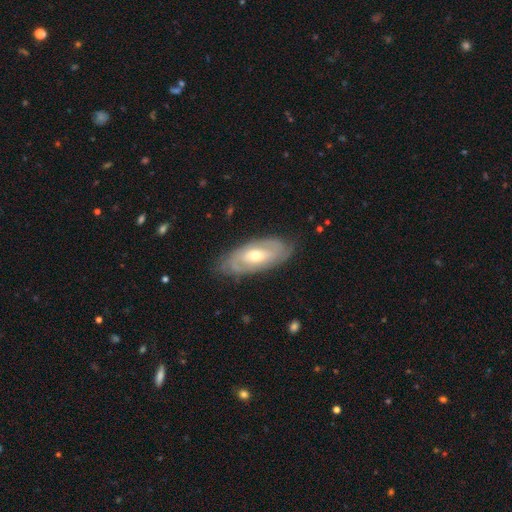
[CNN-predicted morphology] This appears to be a featured or disk galaxy (70%) with no bar (59%), spiral arms (71%) and a moderate central bulge (63%). Merging: none (79%).